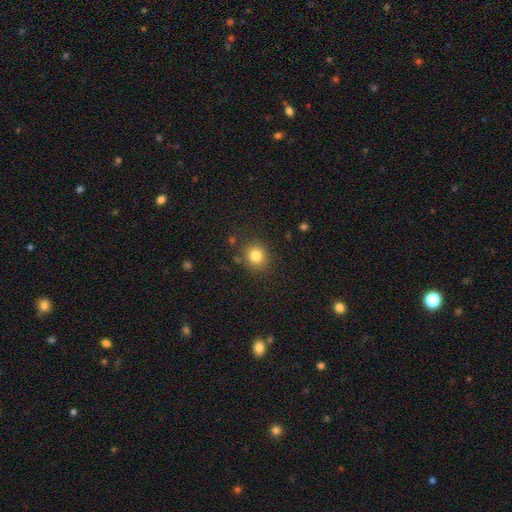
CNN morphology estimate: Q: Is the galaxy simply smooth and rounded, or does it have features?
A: smooth — 82%.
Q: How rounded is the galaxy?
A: round — 82%.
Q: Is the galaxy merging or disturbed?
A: none — 84%.